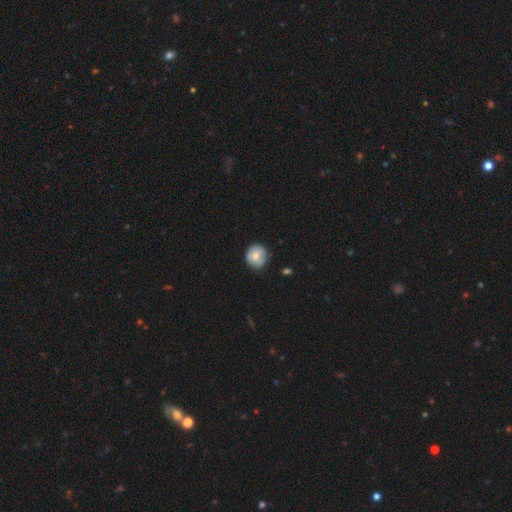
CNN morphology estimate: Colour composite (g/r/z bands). It shows a smooth galaxy with no disk features (65%) that is round (88%). Merging: none (77%).